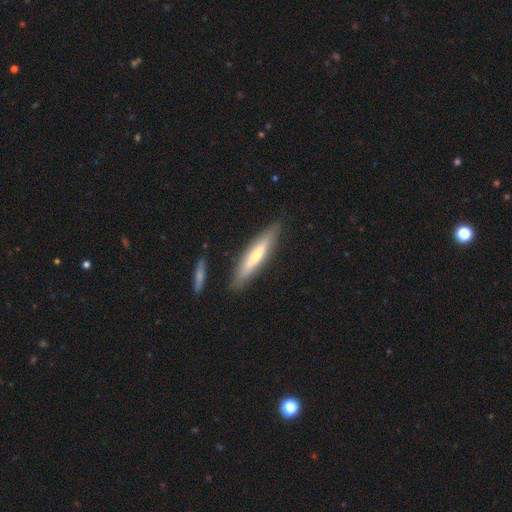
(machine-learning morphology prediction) The model was most divided on "smooth or featured": smooth: 53%, featured or disk: 42%, star or artifact: 5%. More confident: how rounded — cigar-shaped (86%); merging — none (86%).